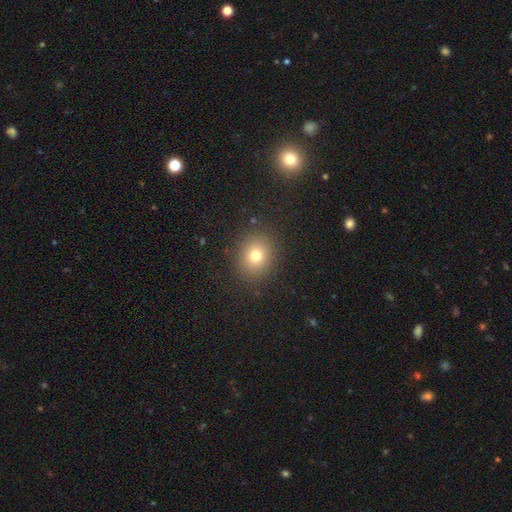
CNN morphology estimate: smooth-or-featured: smooth: 75% | star or artifact: 16% | featured or disk: 10%
  how-rounded: round: 74% | in between: 25% | cigar-shaped: 1%
  merging: none: 88% | minor disturbance: 7% | major disturbance: 3% | merger: 1%